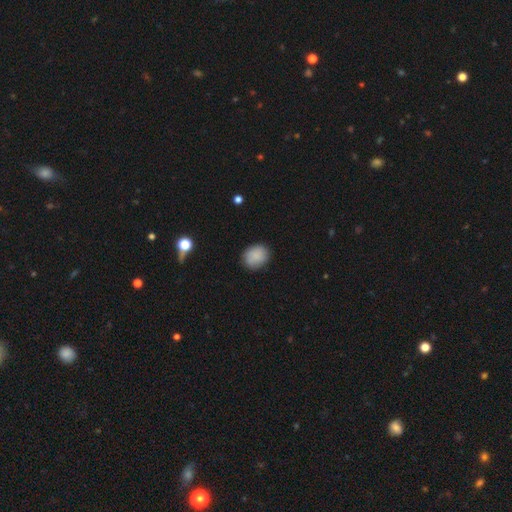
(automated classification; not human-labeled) The model was most divided on "how rounded": round: 54%, in between: 45%, cigar-shaped: 1%. More confident: smooth or featured — smooth (86%); merging — none (81%).